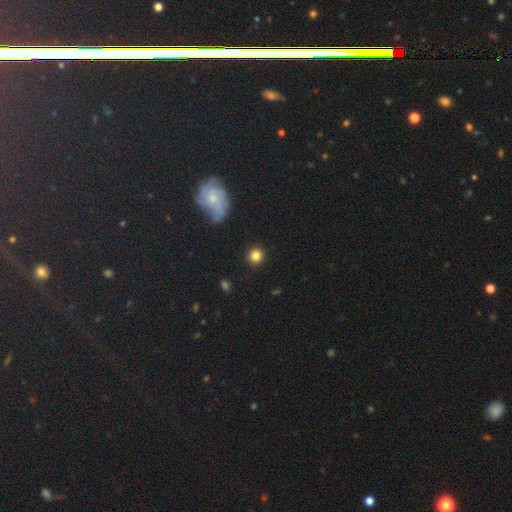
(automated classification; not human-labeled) Smooth or featured?
  - smooth: 82% *
  - star or artifact: 11%
  - featured or disk: 7%
How rounded?
  - round: 93% *
  - in between: 6%
  - cigar-shaped: 1%
Merging?
  - none: 90% *
  - minor disturbance: 6%
  - major disturbance: 2%
  - merger: 2%